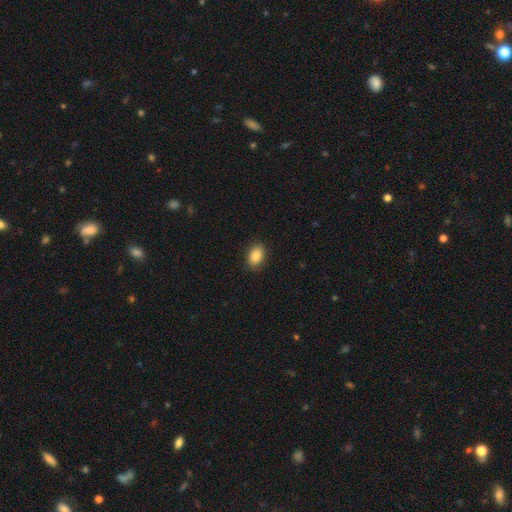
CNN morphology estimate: Smooth or featured? Predicted: smooth (p=0.86). How rounded? Predicted: in between (p=0.83). Merging? Predicted: none (p=0.89).